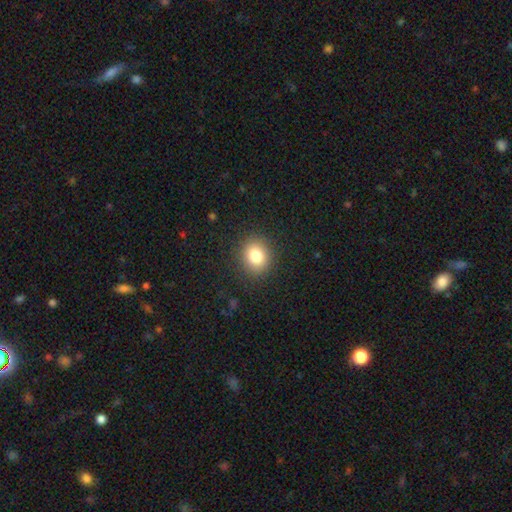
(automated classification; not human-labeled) smooth_or_featured: smooth (p=0.81) [alt: star or artifact p=0.11]
how_rounded: round (p=0.70) [alt: in between p=0.29]
merging: none (p=0.89) [alt: minor disturbance p=0.07]